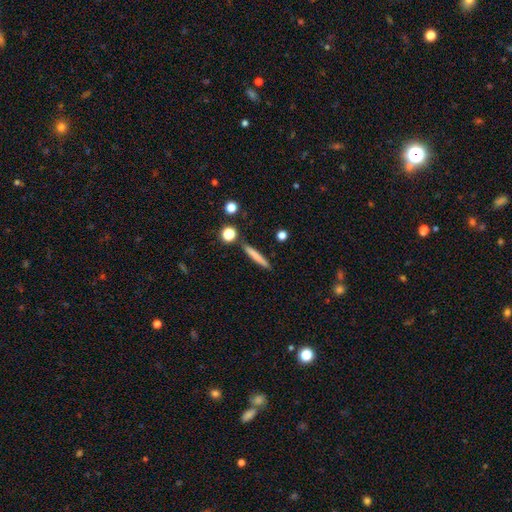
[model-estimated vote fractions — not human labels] The model was most divided on "smooth or featured": smooth: 75%, featured or disk: 18%, star or artifact: 7%. More confident: how rounded — cigar-shaped (93%); merging — none (87%).